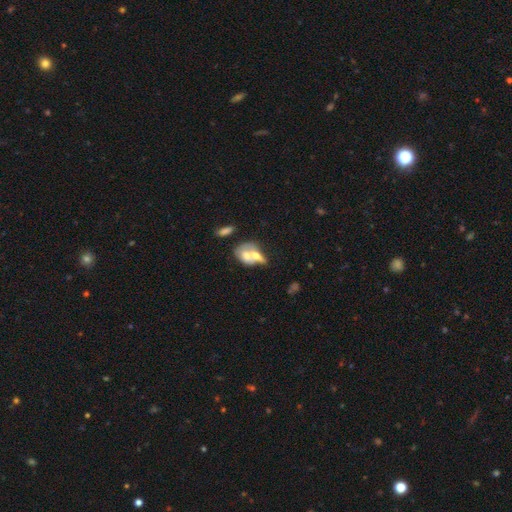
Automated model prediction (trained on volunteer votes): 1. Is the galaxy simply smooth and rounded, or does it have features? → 55% smooth, 37% featured or disk, 8% star or artifact.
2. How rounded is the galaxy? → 67% in between, 28% round, 5% cigar-shaped.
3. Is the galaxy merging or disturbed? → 67% merger, 17% none, 9% minor disturbance, 8% major disturbance.